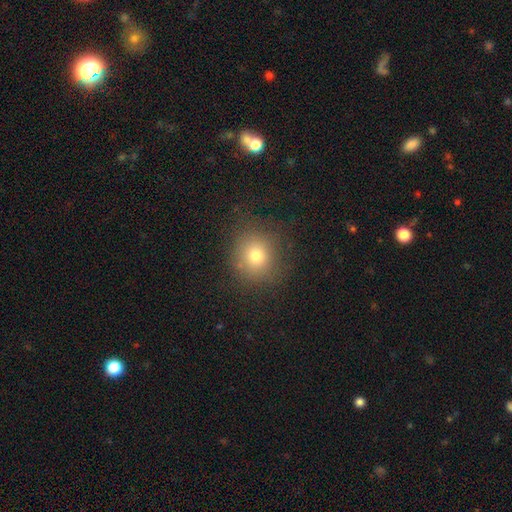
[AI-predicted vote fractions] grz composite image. It shows a smooth galaxy with no disk features (76%) that is round (85%). Merging: none (82%).